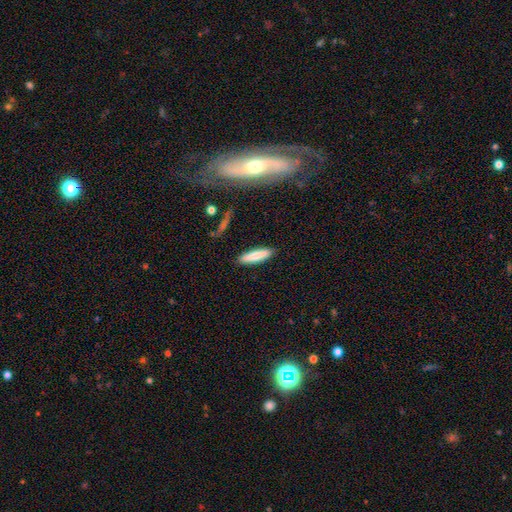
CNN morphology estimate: Smooth or featured? smooth (80%)
How rounded? cigar-shaped (70%)
Merging? none (88%)